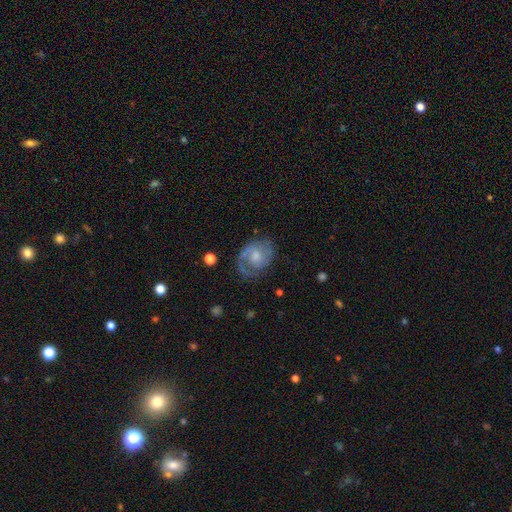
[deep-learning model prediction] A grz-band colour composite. It shows a featured or disk galaxy (71%) with no bar (65%), 2 (51%) medium (44%) spiral arms (89%) and a moderate central bulge (46%). Merging: none (62%).